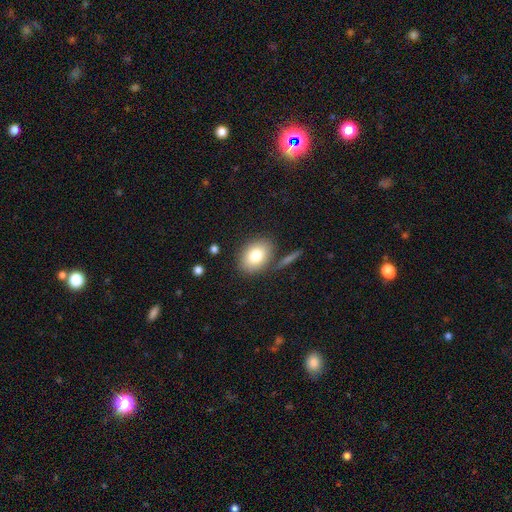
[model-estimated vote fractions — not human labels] Smooth or featured? smooth (81%)
How rounded? in between (74%)
Merging? none (79%)